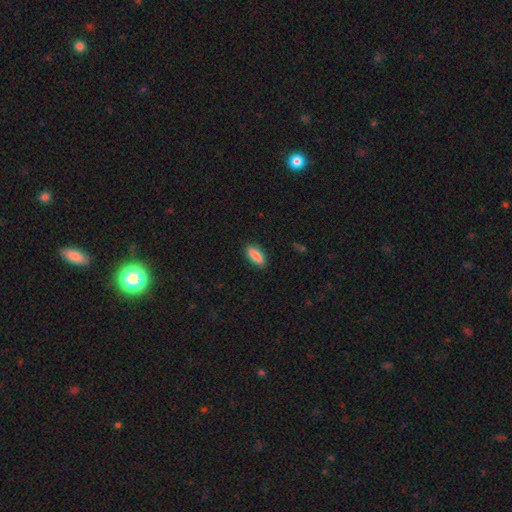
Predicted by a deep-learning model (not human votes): Morphology: type=smooth (88%); roundness=in between (67%); merging=none (88%).